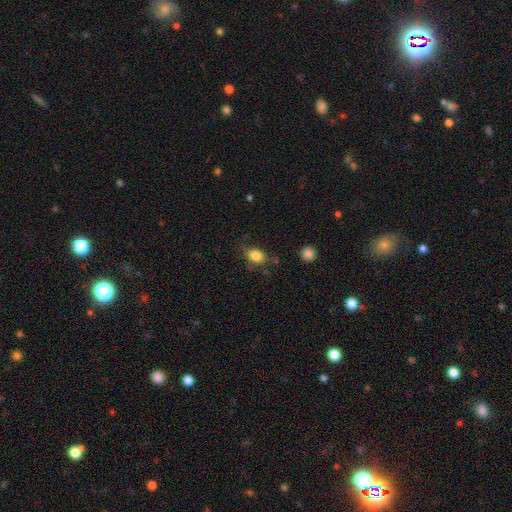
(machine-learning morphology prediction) Q: Smooth or featured?
A: smooth (84%); runner-up: star or artifact (9%)
Q: How rounded?
A: in between (75%); runner-up: round (23%)
Q: Merging?
A: none (70%); runner-up: minor disturbance (20%)